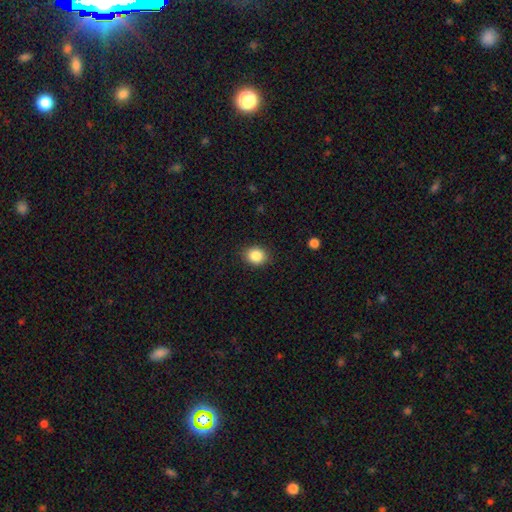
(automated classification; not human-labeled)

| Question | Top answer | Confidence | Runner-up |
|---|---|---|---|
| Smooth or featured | smooth | 86% | star or artifact (9%) |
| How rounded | round | 61% | in between (38%) |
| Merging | none | 89% | minor disturbance (8%) |